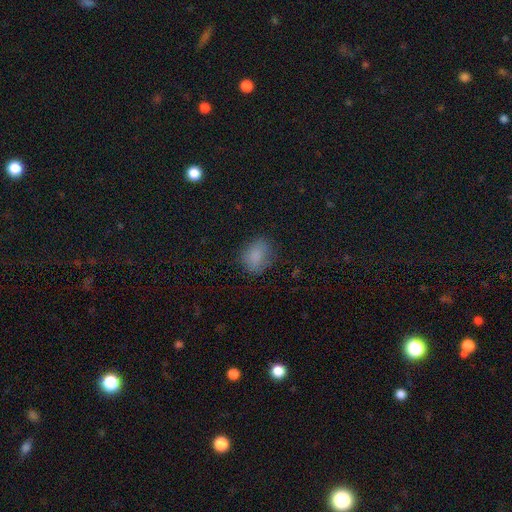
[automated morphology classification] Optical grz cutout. It shows a smooth galaxy with no disk features (84%) that is in between round and cigar-shaped (66%). Merging: none (73%).